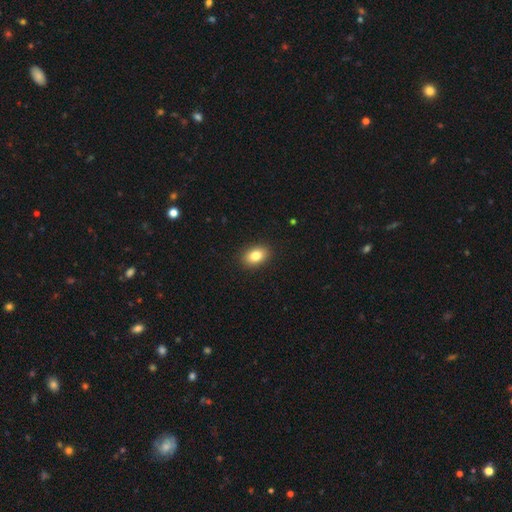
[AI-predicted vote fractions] This appears to be a smooth galaxy with no disk features (83%) that is in between round and cigar-shaped (81%). Merging: none (90%).